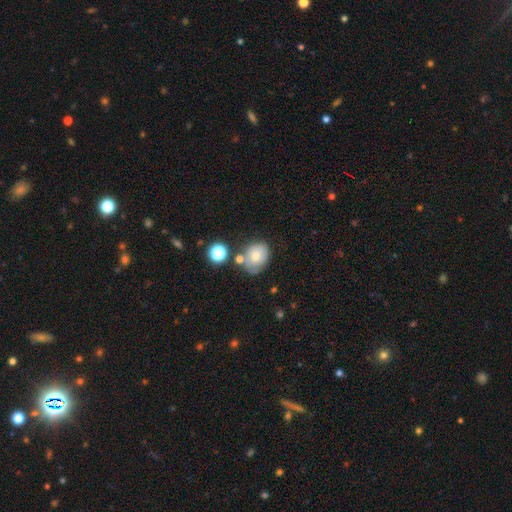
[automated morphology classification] smooth 61%, featured or disk 28%, star or artifact 12%. Down the decision tree: how rounded — round (59%); merging — none (51%).